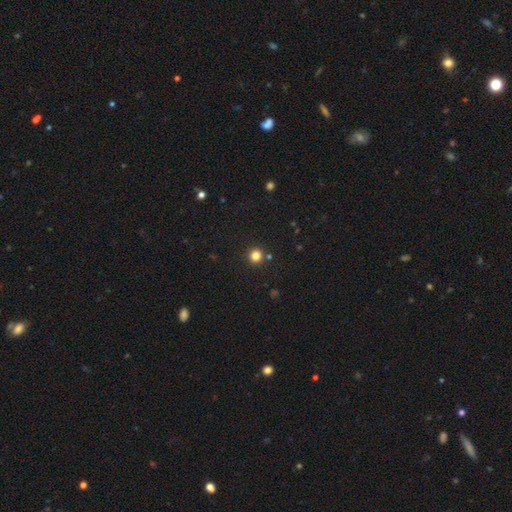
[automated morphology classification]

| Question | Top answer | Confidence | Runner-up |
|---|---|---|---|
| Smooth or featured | smooth | 81% | star or artifact (14%) |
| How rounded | round | 94% | in between (5%) |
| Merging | none | 89% | minor disturbance (5%) |